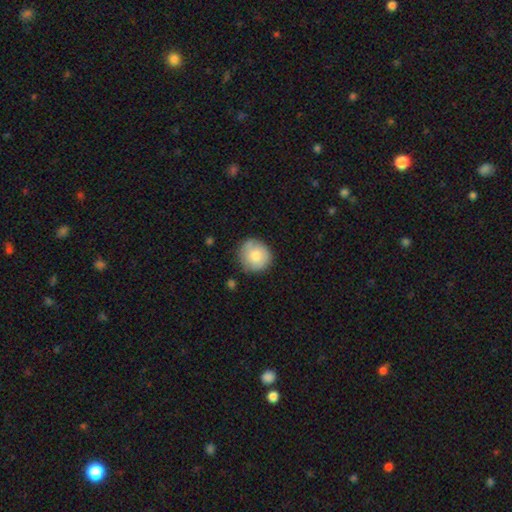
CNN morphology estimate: Smooth or featured? smooth (78%)
How rounded? round (88%)
Merging? none (75%)